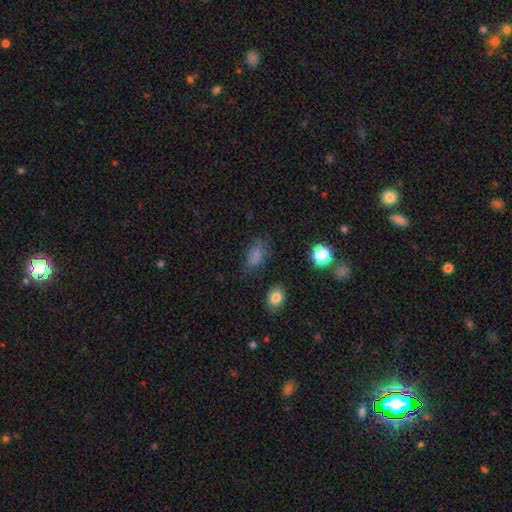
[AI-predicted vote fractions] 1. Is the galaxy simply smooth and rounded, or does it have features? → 78% smooth, 15% star or artifact, 7% featured or disk.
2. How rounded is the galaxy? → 85% in between, 13% round, 3% cigar-shaped.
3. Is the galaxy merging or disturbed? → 68% none, 21% minor disturbance, 8% major disturbance, 3% merger.